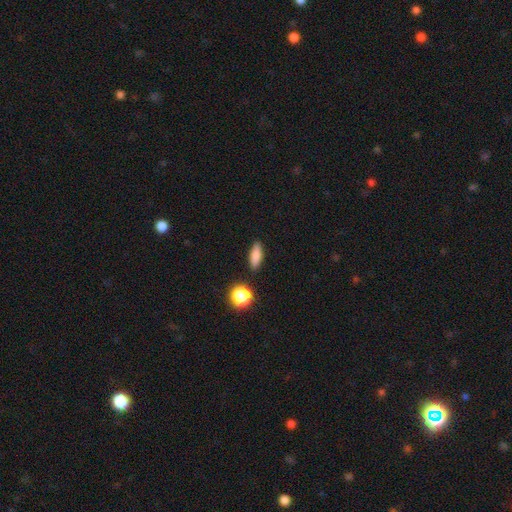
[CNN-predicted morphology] Overall: smooth (80%). How rounded: in between (58%; cigar-shaped 35%). Merging: none (86%).